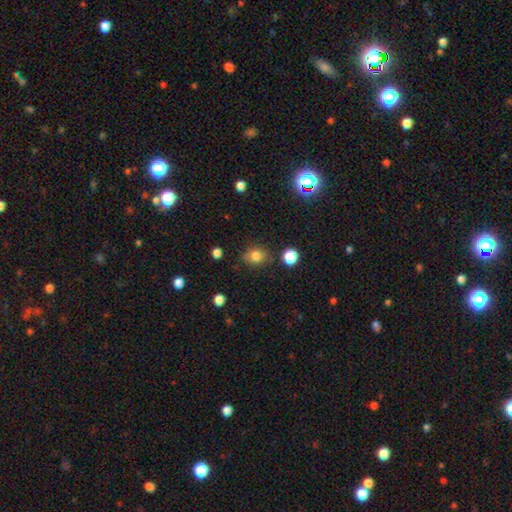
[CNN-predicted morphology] Smooth or featured?
  - smooth: 79% *
  - star or artifact: 13%
  - featured or disk: 9%
How rounded?
  - round: 53% *
  - in between: 45%
  - cigar-shaped: 1%
Merging?
  - none: 75% *
  - minor disturbance: 17%
  - major disturbance: 4%
  - merger: 3%